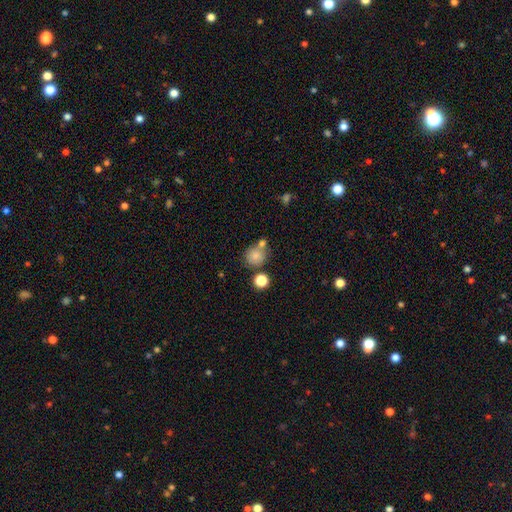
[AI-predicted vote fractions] Overall: smooth (81%). How rounded: round (85%). Merging: none (58%; merger 25%).